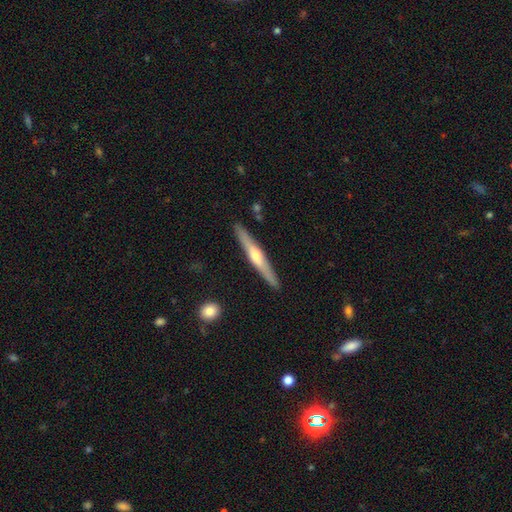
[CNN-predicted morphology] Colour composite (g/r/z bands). It shows a featured or disk galaxy (66%) viewed edge-on (96%) with a rounded central bulge (85%). Merging: none (90%).